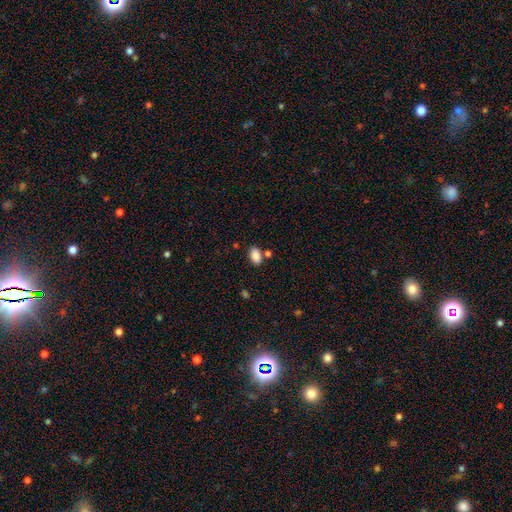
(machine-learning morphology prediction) The model was most divided on "merging": none: 74%, merger: 11%, minor disturbance: 11%, major disturbance: 3%. More confident: how rounded — in between (91%); smooth or featured — smooth (88%).